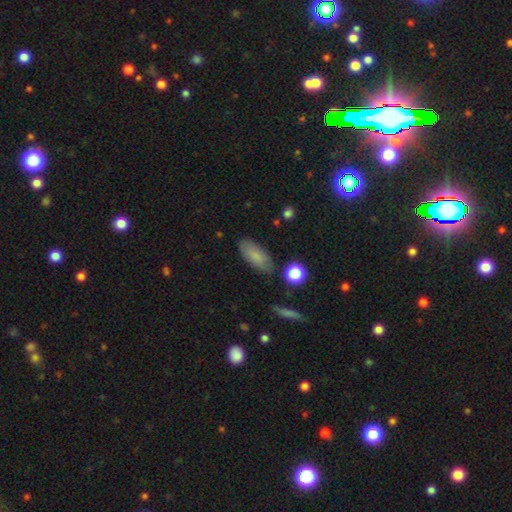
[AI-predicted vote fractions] smooth_or_featured: smooth (p=0.83) [alt: featured or disk p=0.09]
how_rounded: in between (p=0.84) [alt: cigar-shaped p=0.14]
merging: none (p=0.82) [alt: minor disturbance p=0.13]